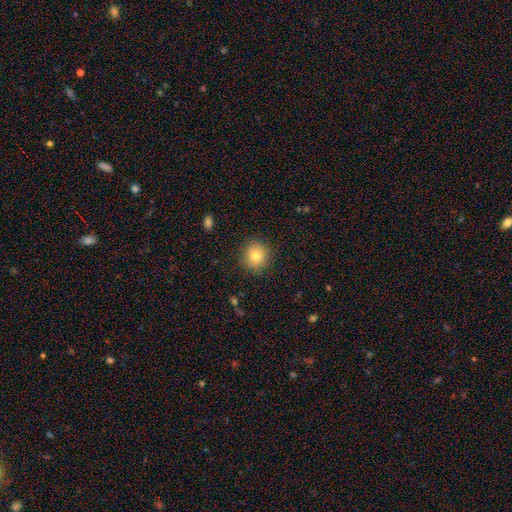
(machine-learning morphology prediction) smooth_or_featured: smooth (p=0.79) [alt: star or artifact p=0.11]
how_rounded: round (p=0.91) [alt: in between p=0.08]
merging: none (p=0.89) [alt: minor disturbance p=0.07]